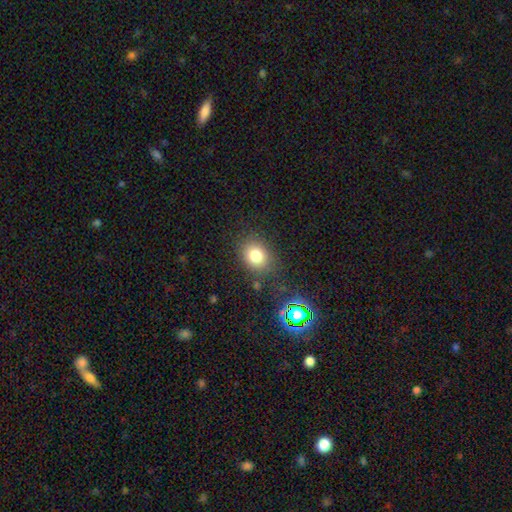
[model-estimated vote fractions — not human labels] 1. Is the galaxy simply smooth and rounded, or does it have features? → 78% smooth, 14% star or artifact, 8% featured or disk.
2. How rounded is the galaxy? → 56% round, 43% in between, 1% cigar-shaped.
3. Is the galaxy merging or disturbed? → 80% none, 12% minor disturbance, 4% major disturbance, 3% merger.